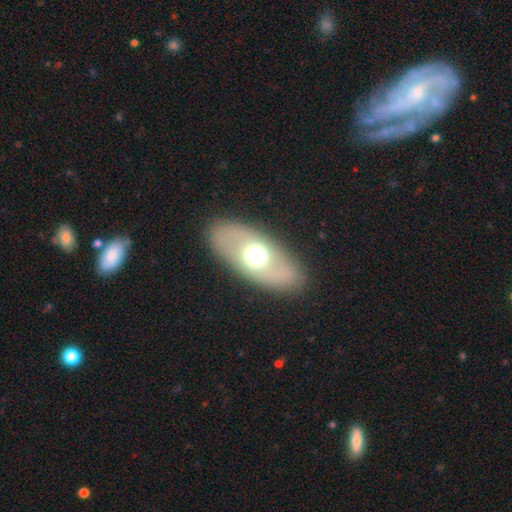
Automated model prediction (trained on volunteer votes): Overall: smooth (46%; featured or disk 45%). Merging: none (86%).